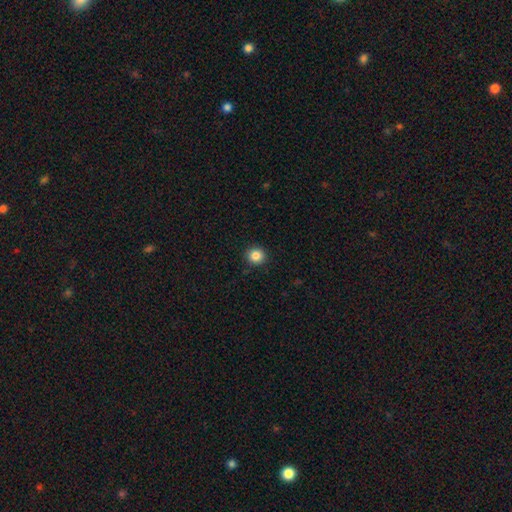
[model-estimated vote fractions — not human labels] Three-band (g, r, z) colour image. It shows a smooth galaxy with no disk features (85%) that is round (92%). Merging: none (91%).